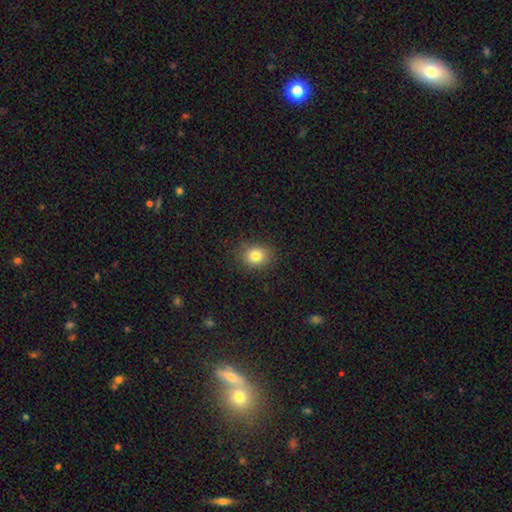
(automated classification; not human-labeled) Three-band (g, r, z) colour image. It shows a smooth galaxy with no disk features (81%) that is round (74%). Merging: none (87%).